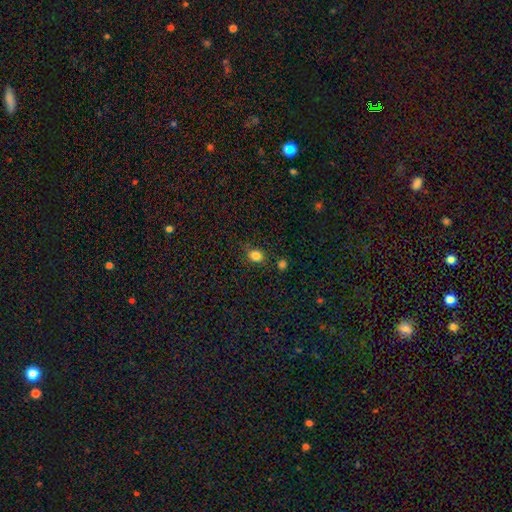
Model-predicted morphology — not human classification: Smooth or featured? smooth (83%)
How rounded? round (57%)
Merging? none (76%)